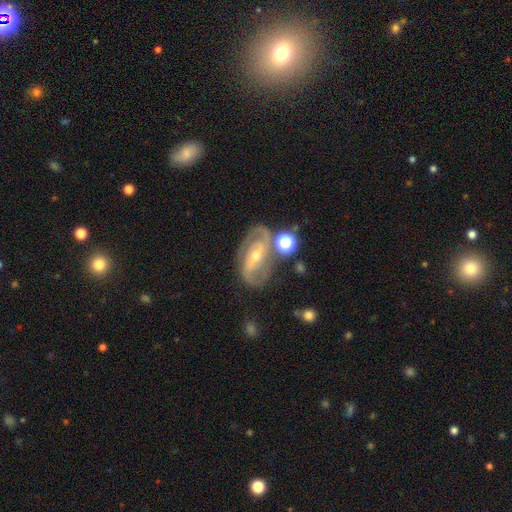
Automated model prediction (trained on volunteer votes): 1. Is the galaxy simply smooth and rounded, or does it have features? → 85% featured or disk, 8% smooth, 7% star or artifact.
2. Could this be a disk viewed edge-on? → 96% no, 4% yes.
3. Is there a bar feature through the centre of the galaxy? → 41% strong, 34% weak, 24% no.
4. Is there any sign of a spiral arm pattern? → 95% yes, 5% no.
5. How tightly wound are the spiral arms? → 49% medium, 33% tight, 18% loose.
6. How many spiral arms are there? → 81% 2, 7% can't tell, 6% 3, 3% 1, 2% 4, 2% more than 4.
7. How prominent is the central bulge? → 53% small, 44% moderate, 2% large, 1% none, 1% dominant.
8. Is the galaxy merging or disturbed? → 66% none, 17% minor disturbance, 9% merger, 9% major disturbance.